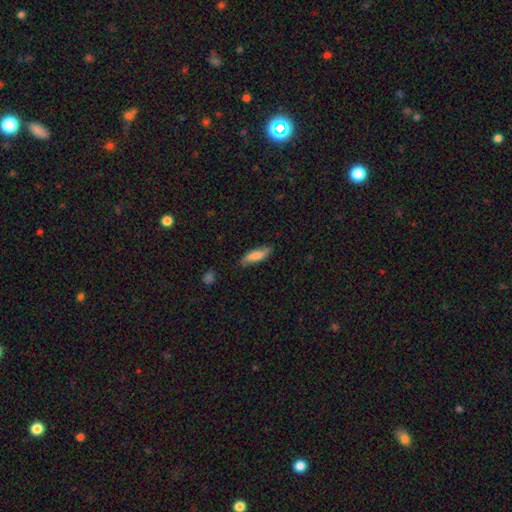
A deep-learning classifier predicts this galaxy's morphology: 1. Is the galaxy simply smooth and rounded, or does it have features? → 75% smooth, 19% featured or disk, 6% star or artifact.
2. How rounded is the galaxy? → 50% cigar-shaped, 48% in between, 2% round.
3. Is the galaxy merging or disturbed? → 77% none, 18% minor disturbance, 3% major disturbance, 1% merger.